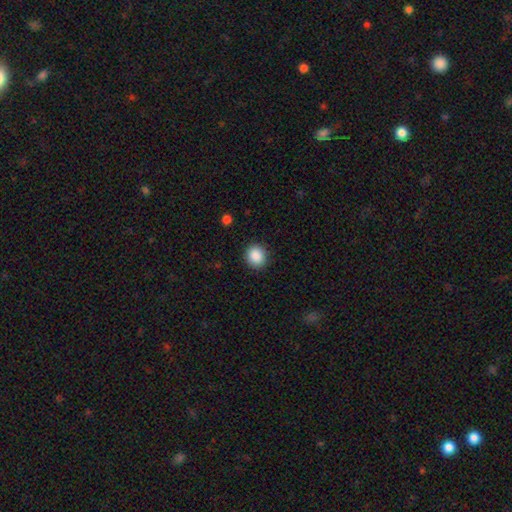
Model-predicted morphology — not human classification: smooth_or_featured: smooth (p=0.88) [alt: star or artifact p=0.09]
how_rounded: round (p=0.83) [alt: in between p=0.16]
merging: none (p=0.90) [alt: minor disturbance p=0.07]